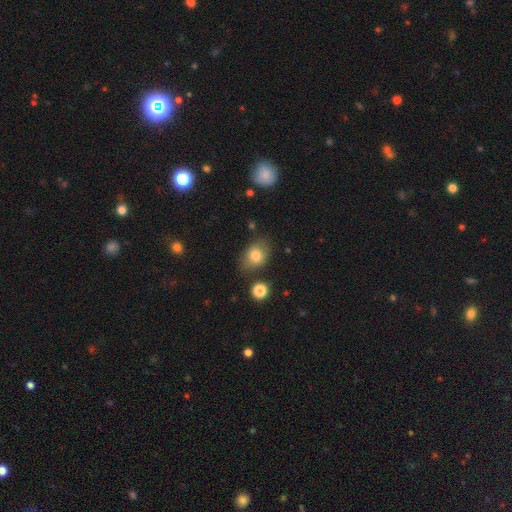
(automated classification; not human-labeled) This appears to be a smooth galaxy with no disk features (77%) that is in between round and cigar-shaped (72%). Merging: none (72%).